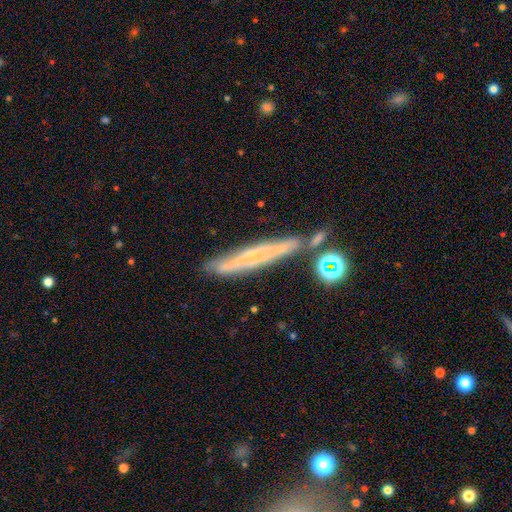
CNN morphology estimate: A featured or disk galaxy (56%) viewed edge-on (76%). Merging: none (66%).